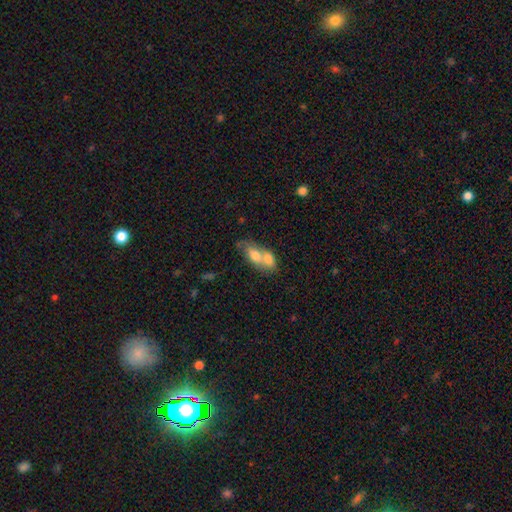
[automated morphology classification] A smooth galaxy with no disk features (69%) that is in between round and cigar-shaped (77%). Merging: merger (75%).